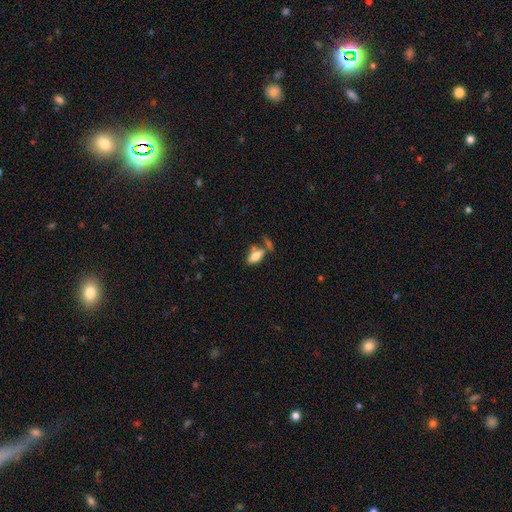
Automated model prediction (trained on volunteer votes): The model was most divided on "merging": none: 50%, merger: 26%, minor disturbance: 16%, major disturbance: 8%. More confident: how rounded — in between (87%); smooth or featured — smooth (77%).